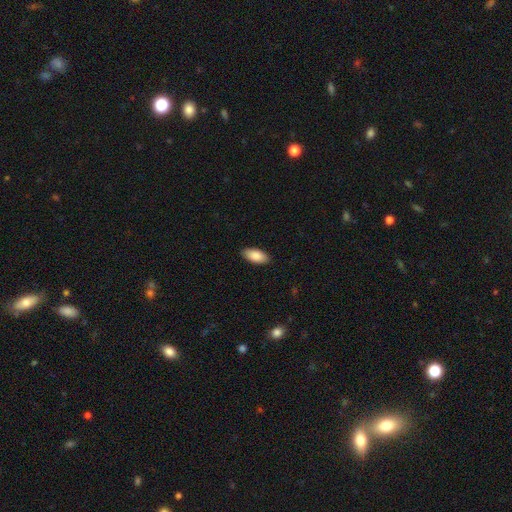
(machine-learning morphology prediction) Smooth or featured? smooth (89%)
How rounded? in between (92%)
Merging? none (89%)